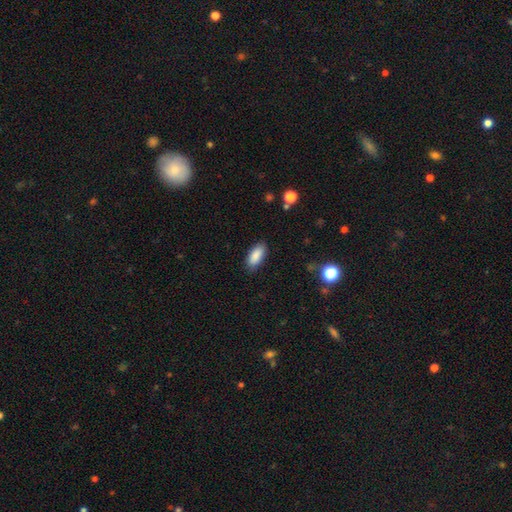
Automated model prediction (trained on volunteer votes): Smooth or featured? Predicted: smooth (p=0.89). How rounded? Predicted: in between (p=0.87). Merging? Predicted: none (p=0.87).